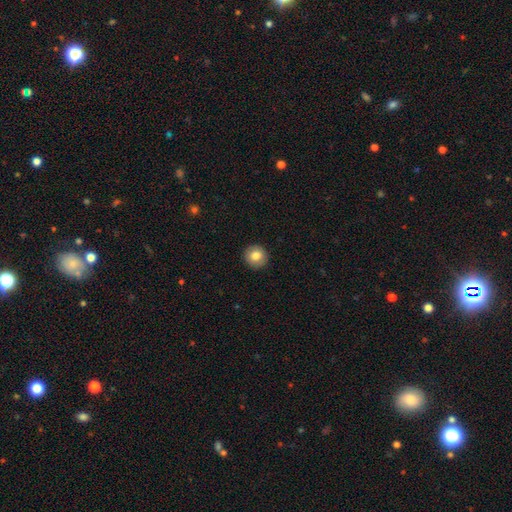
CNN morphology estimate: A smooth galaxy with no disk features (80%) that is round (94%). Merging: none (92%).